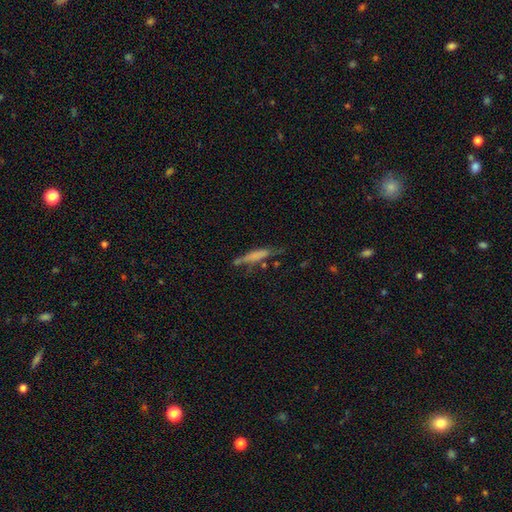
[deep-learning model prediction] Morphology: type=smooth (57%); roundness=cigar-shaped (90%); merging=none (65%).